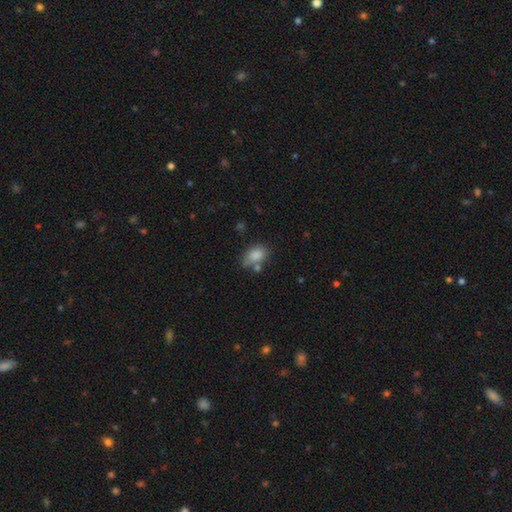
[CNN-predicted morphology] Smooth or featured? smooth (83%)
How rounded? in between (80%)
Merging? none (53%)